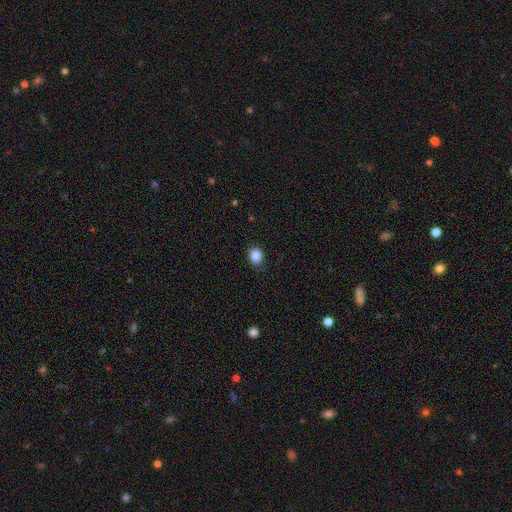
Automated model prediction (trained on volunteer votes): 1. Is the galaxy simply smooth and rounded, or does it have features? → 86% smooth, 10% star or artifact, 5% featured or disk.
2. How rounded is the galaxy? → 60% round, 39% in between, 1% cigar-shaped.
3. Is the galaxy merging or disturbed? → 83% none, 13% minor disturbance, 3% major disturbance, 1% merger.